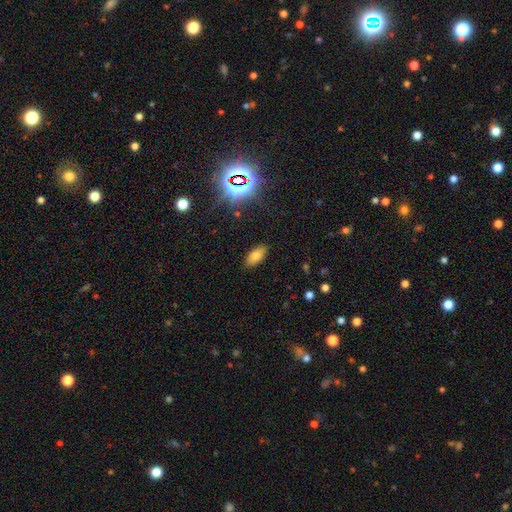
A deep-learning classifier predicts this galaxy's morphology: This appears to be a smooth galaxy with no disk features (75%) that is in between round and cigar-shaped (90%). Merging: none (87%).